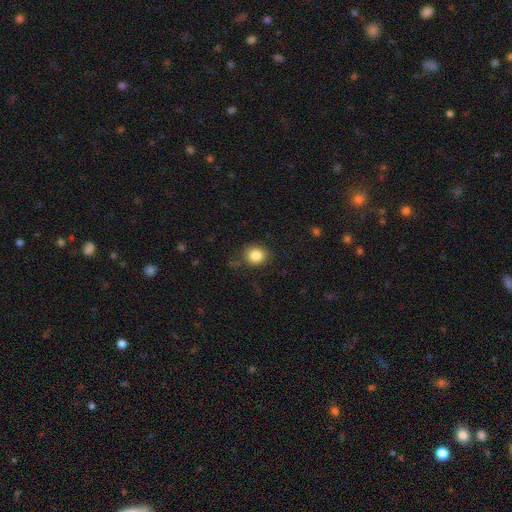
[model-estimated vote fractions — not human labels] Smooth or featured: smooth — 85% (star or artifact — 10%)
How rounded: round — 74% (in between — 25%)
Merging: none — 83% (minor disturbance — 12%)